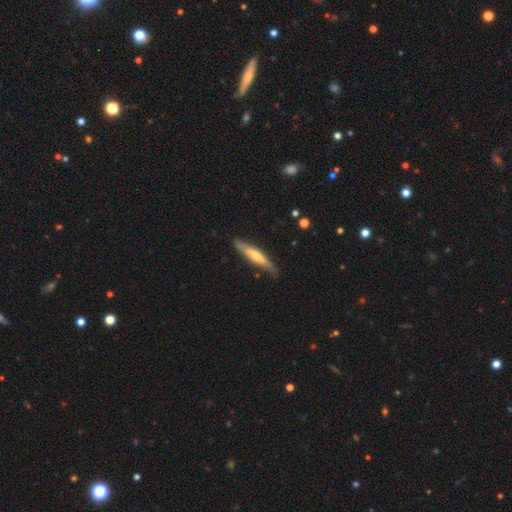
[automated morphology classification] Overall: smooth (52%; featured or disk 43%). How rounded: cigar-shaped (89%). Merging: none (79%).